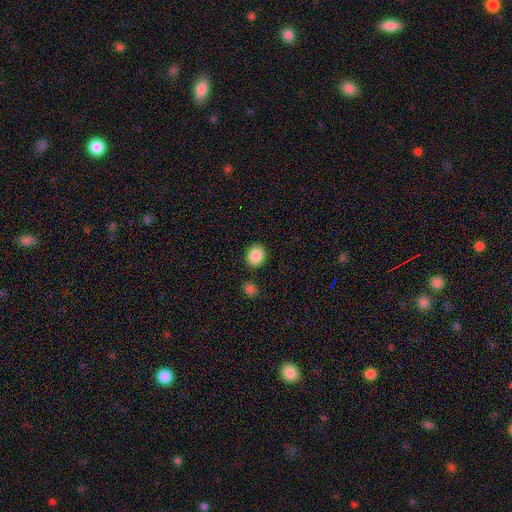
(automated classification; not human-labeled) A smooth galaxy with no disk features (88%) that is round (60%). Merging: none (84%).